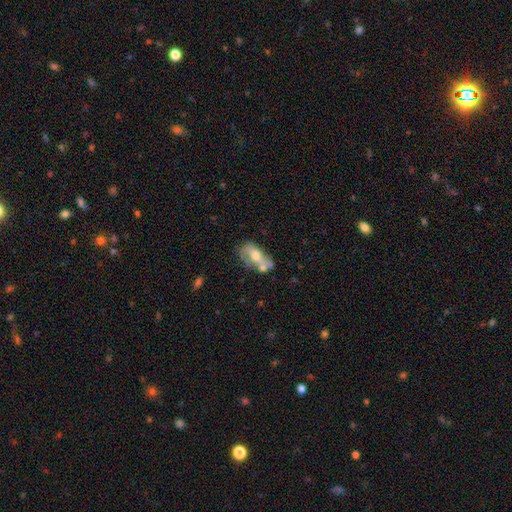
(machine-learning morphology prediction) Q: Smooth or featured?
A: featured or disk (54%); runner-up: smooth (38%)
Q: Edge-on disk?
A: no (90%); runner-up: yes (10%)
Q: Merging?
A: none (36%); runner-up: merger (32%)